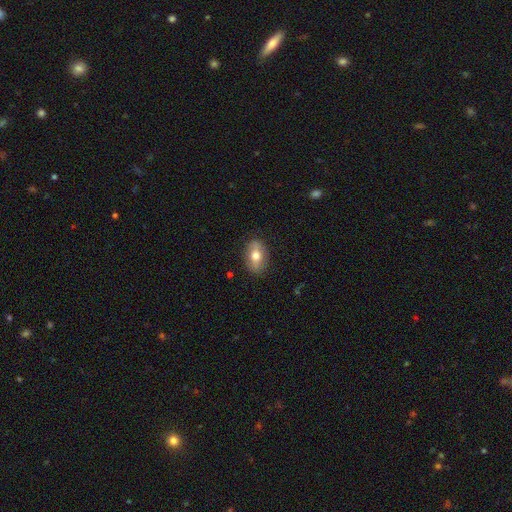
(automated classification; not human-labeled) smooth-or-featured: smooth: 64% | featured or disk: 29% | star or artifact: 7%
  how-rounded: in between: 83% | round: 14% | cigar-shaped: 3%
  merging: none: 85% | minor disturbance: 11% | major disturbance: 3% | merger: 1%